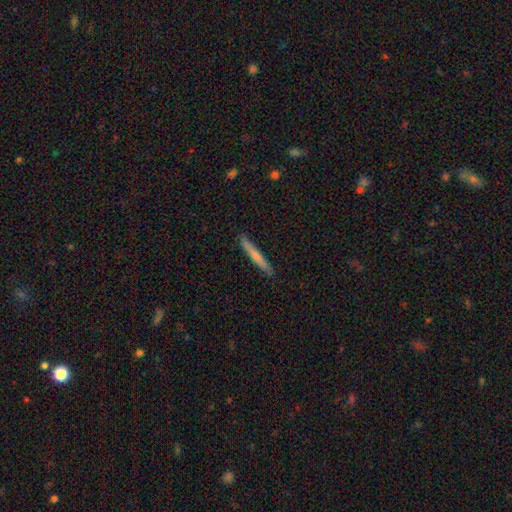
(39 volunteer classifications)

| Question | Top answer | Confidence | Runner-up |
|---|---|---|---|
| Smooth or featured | smooth | 64% | featured or disk (33%) |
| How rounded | cigar-shaped | 96% | round (4%) |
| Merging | none | 79% | minor disturbance (13%) |